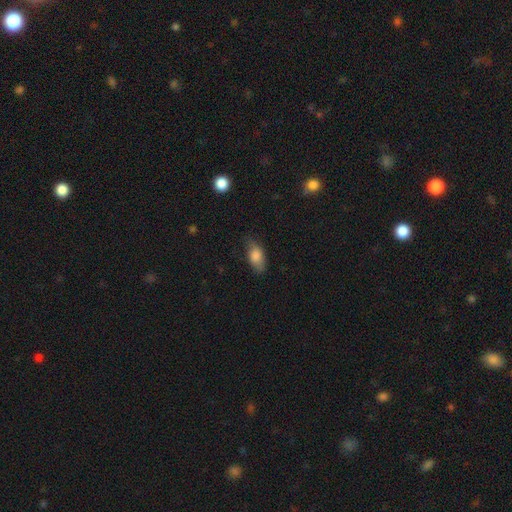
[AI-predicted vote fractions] Smooth or featured? smooth (82%)
How rounded? in between (88%)
Merging? none (71%)